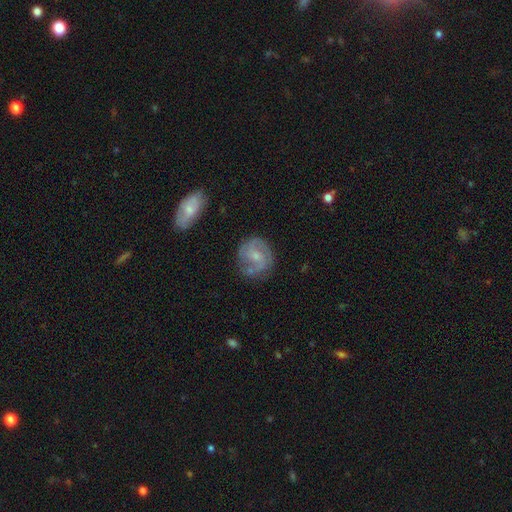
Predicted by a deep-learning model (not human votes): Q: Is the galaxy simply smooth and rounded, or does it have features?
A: featured or disk — 65%.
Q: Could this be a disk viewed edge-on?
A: no — 97%.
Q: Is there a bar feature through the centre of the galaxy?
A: no — 53%.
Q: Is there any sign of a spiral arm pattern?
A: yes — 85%.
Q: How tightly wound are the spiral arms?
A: medium — 43%.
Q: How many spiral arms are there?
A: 2 — 63%.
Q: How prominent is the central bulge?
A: small — 58%.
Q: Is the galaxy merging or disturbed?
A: none — 67%.